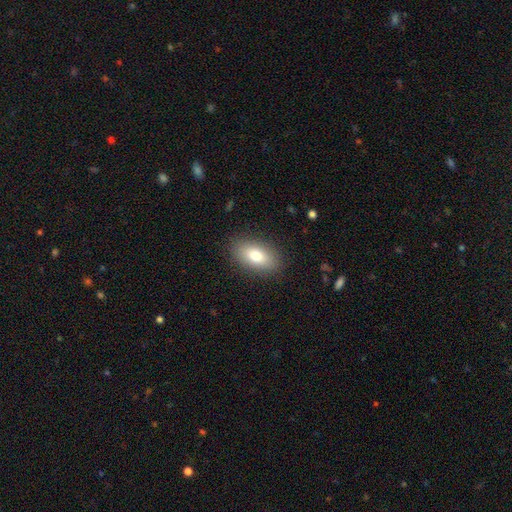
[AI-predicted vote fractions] smooth-or-featured: smooth: 80% | featured or disk: 13% | star or artifact: 8%
  how-rounded: in between: 91% | round: 6% | cigar-shaped: 3%
  merging: none: 87% | minor disturbance: 9% | major disturbance: 3% | merger: 1%